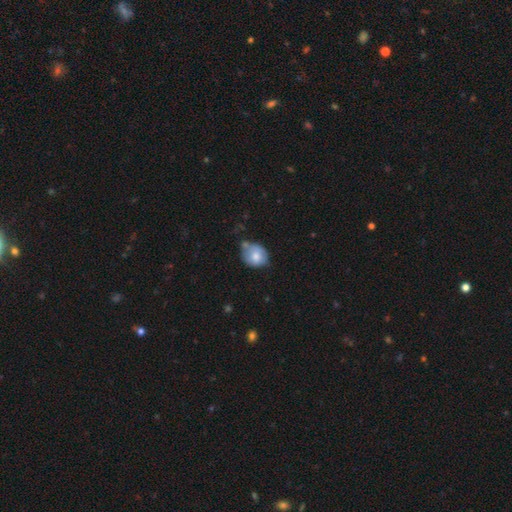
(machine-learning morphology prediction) smooth_or_featured: smooth (p=0.72) [alt: featured or disk p=0.20]
how_rounded: round (p=0.58) [alt: in between p=0.41]
merging: none (p=0.38) [tied with: minor disturbance p=0.38]